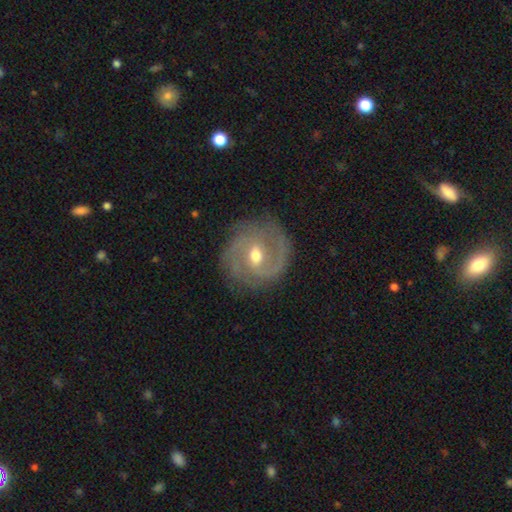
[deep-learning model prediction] Overall: featured or disk (85%). Edge-on disk: no (97%). Bar: weak (54%; no 28%). Spiral arms: yes (94%). Spiral arm count: 2 (60%). Spiral winding: tight (50%; medium 39%). Bulge size: moderate (71%). Merging: none (79%).